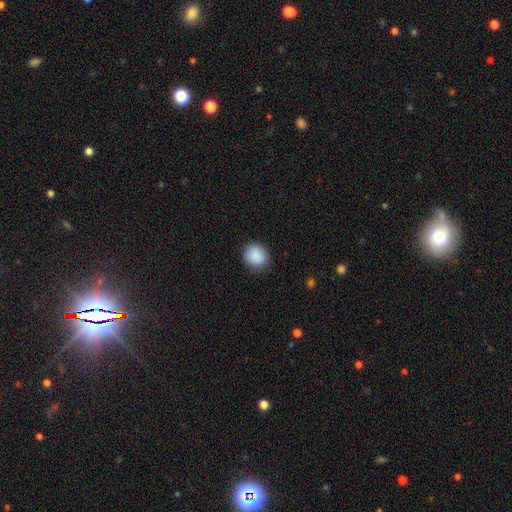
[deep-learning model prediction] Q: Smooth or featured?
A: smooth (89%); runner-up: star or artifact (7%)
Q: How rounded?
A: round (75%); runner-up: in between (25%)
Q: Merging?
A: none (85%); runner-up: minor disturbance (11%)